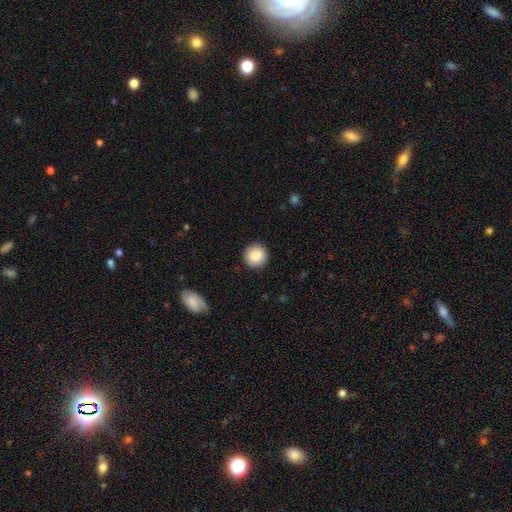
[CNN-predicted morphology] A smooth galaxy with no disk features (87%) that is round (94%).

Vote fractions:
- Smooth or featured? smooth: 87% / star or artifact: 8% / featured or disk: 5%
- How rounded? round: 94% / in between: 5% / cigar-shaped: 1%
- Merging? none: 91% / minor disturbance: 6% / major disturbance: 2% / merger: 1%